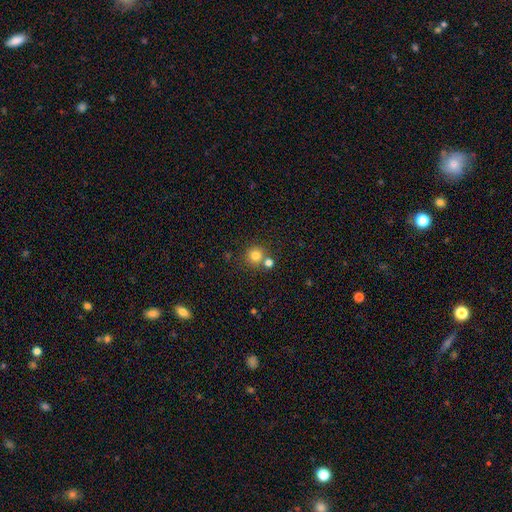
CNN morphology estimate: This appears to be a smooth galaxy with no disk features (79%) that is round (92%). Merging: none (66%).